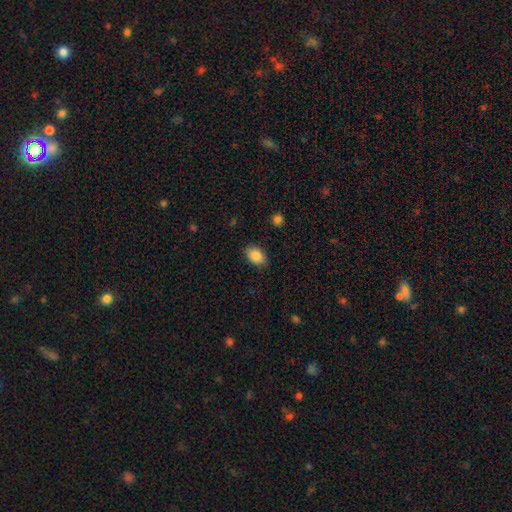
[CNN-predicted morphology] This is clearly a smooth galaxy (87%). How rounded: clearly in between (85%). Merging: clearly none (87%).